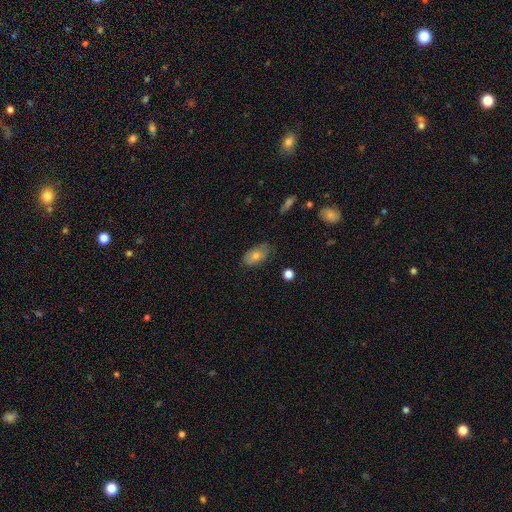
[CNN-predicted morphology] This is likely a smooth galaxy (64%). How rounded: clearly in between (90%). Merging: likely none (72%).